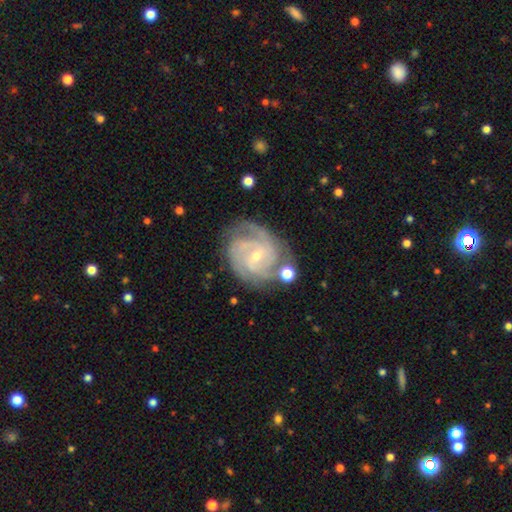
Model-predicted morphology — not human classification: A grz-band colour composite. It shows a featured or disk galaxy (89%) with no bar (52%), 3 (37%) tight (64%) spiral arms (97%) and a small central bulge (70%). Merging: none (69%).